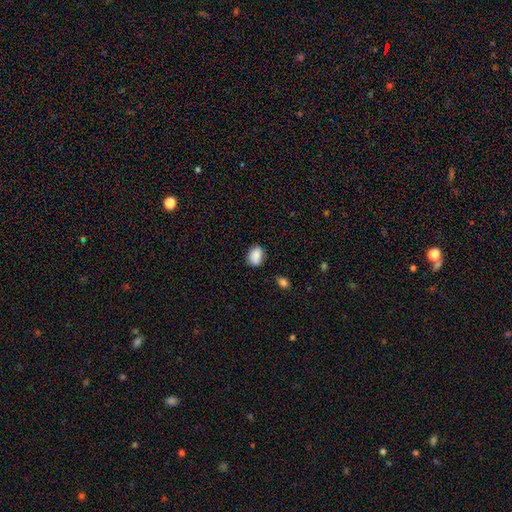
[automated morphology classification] A smooth galaxy with no disk features (88%) that is in between round and cigar-shaped (74%). Merging: none (75%).